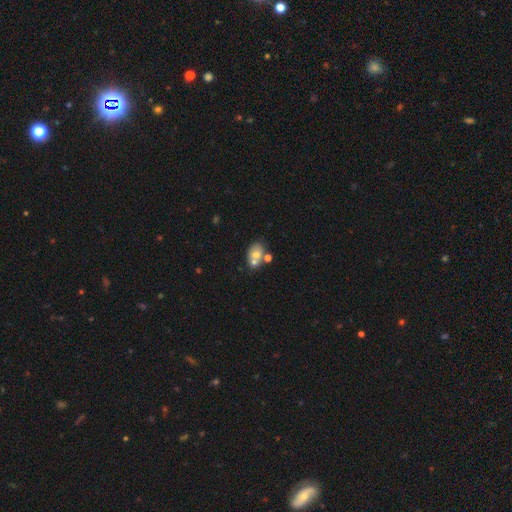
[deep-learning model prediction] Overall: smooth (64%; featured or disk 25%). How rounded: in between (69%; round 30%). Merging: none (44%; merger 38%).